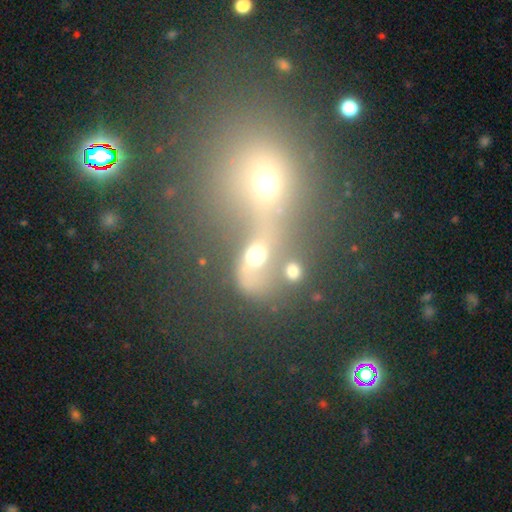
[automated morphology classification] This is possibly a smooth galaxy (56%). How rounded: possibly round (54%). Merging: possibly merger (51%).